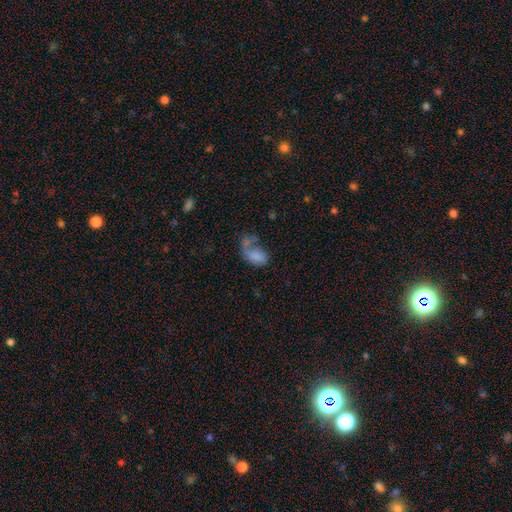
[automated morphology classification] The model was most divided on "smooth or featured": smooth: 52%, featured or disk: 38%, star or artifact: 10%. Remaining: how rounded — in between (86%); merging — major disturbance (42%).